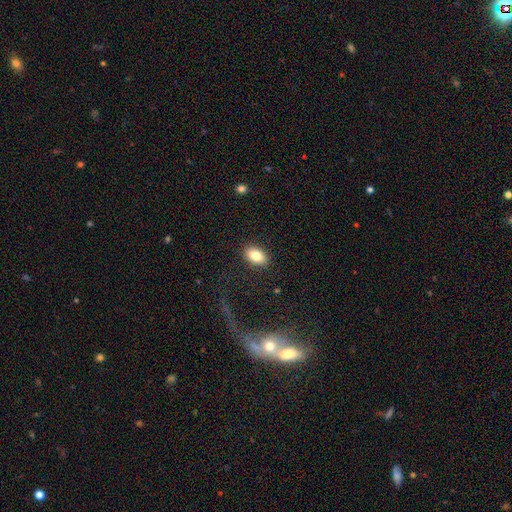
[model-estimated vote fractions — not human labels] Smooth or featured? smooth (82%)
How rounded? in between (89%)
Merging? none (88%)